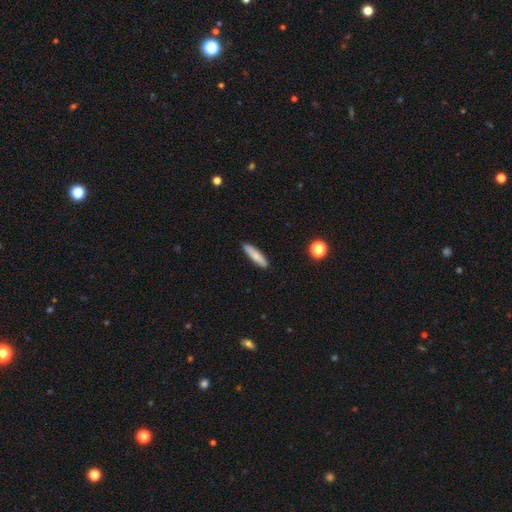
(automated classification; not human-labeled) smooth_or_featured: smooth (p=0.79) [alt: featured or disk p=0.15]
how_rounded: cigar-shaped (p=0.79) [alt: in between p=0.20]
merging: none (p=0.89) [alt: minor disturbance p=0.08]